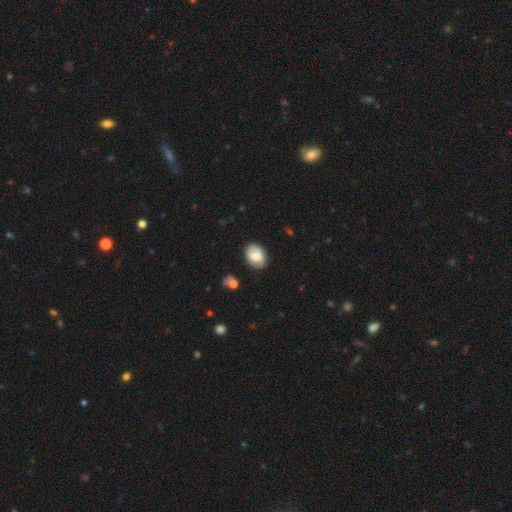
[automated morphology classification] Smooth or featured: smooth — 65% (featured or disk — 28%)
How rounded: in between — 77% (round — 22%)
Merging: none — 81% (minor disturbance — 14%)